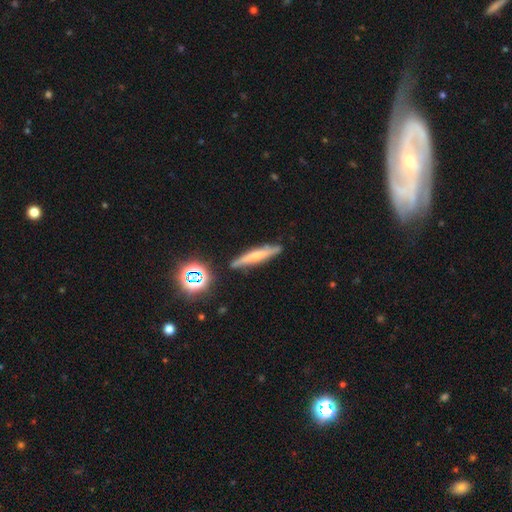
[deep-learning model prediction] Smooth or featured: smooth — 46% (featured or disk — 42%)
Merging: none — 82% (minor disturbance — 12%)